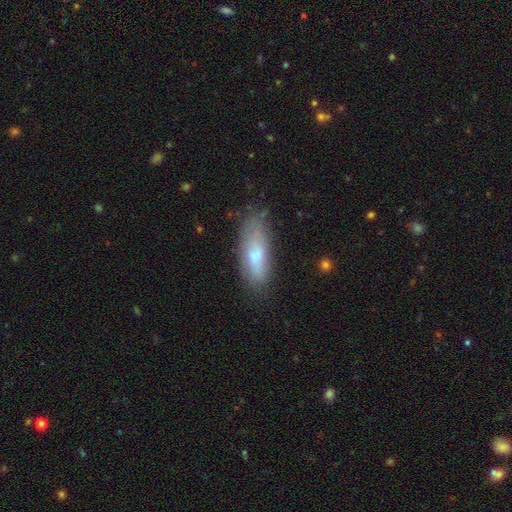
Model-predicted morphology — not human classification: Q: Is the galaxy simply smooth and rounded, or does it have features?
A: smooth — 71%.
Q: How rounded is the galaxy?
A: in between — 65%.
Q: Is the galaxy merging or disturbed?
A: none — 65%.